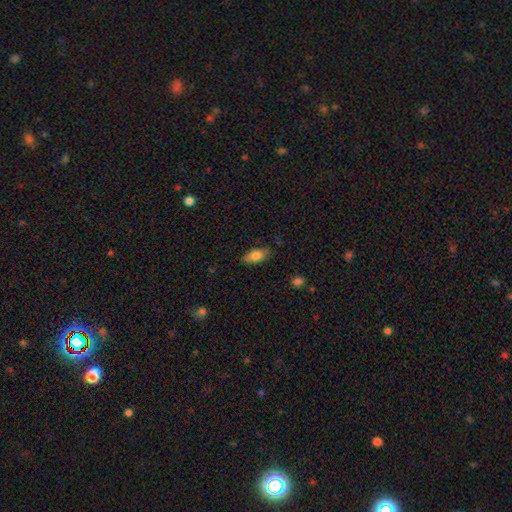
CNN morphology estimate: smooth-or-featured: smooth: 78% | featured or disk: 15% | star or artifact: 7%
  how-rounded: in between: 84% | cigar-shaped: 13% | round: 3%
  merging: none: 83% | minor disturbance: 13% | major disturbance: 3% | merger: 1%